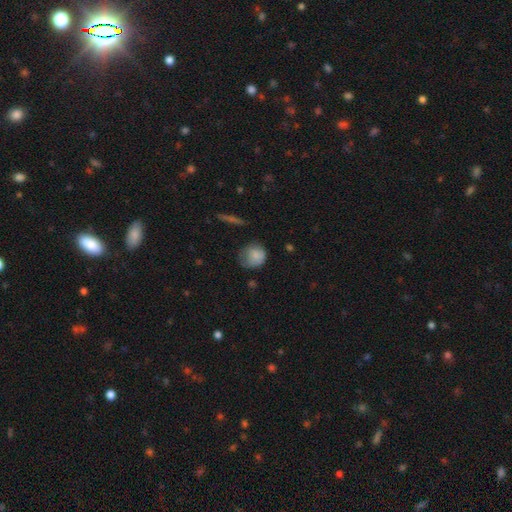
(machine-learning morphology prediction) smooth_or_featured: smooth (p=0.80) [alt: featured or disk p=0.12]
how_rounded: round (p=0.75) [alt: in between p=0.24]
merging: none (p=0.48) [alt: minor disturbance p=0.35]